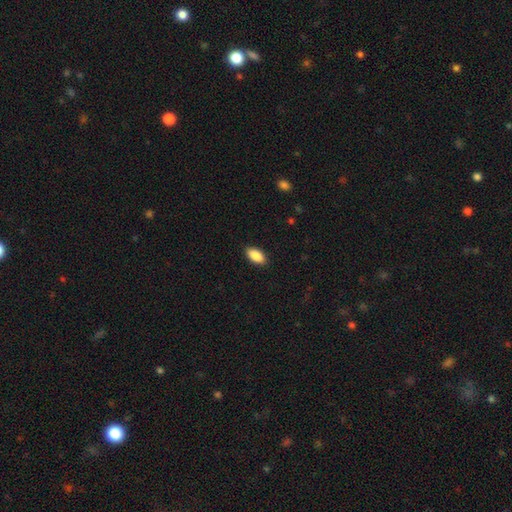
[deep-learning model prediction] Smooth or featured?
  - smooth: 89% *
  - star or artifact: 7%
  - featured or disk: 5%
How rounded?
  - in between: 91% *
  - cigar-shaped: 6%
  - round: 3%
Merging?
  - none: 89% *
  - minor disturbance: 8%
  - major disturbance: 2%
  - merger: 1%